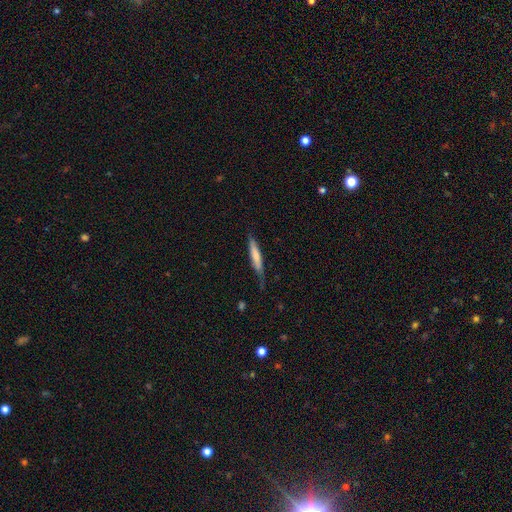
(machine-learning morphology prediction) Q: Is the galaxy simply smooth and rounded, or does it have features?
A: smooth — 65%.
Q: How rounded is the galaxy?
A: cigar-shaped — 89%.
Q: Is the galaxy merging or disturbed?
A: none — 68%.